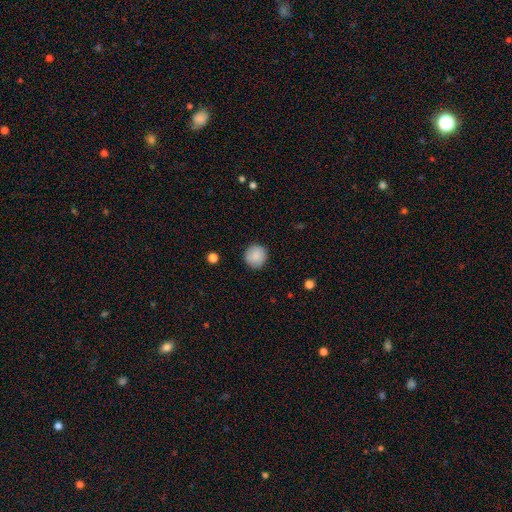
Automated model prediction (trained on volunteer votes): A smooth galaxy with no disk features (87%) that is round (94%).

Vote fractions:
- Smooth or featured? smooth: 87% / star or artifact: 7% / featured or disk: 6%
- How rounded? round: 94% / in between: 5% / cigar-shaped: 1%
- Merging? none: 90% / minor disturbance: 7% / major disturbance: 2% / merger: 1%